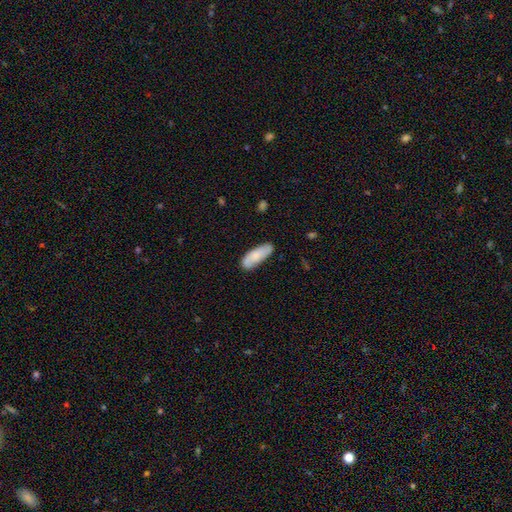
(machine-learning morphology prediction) The model was most divided on "how rounded": in between: 66%, cigar-shaped: 32%, round: 2%. More confident: merging — none (73%); smooth or featured — smooth (72%).